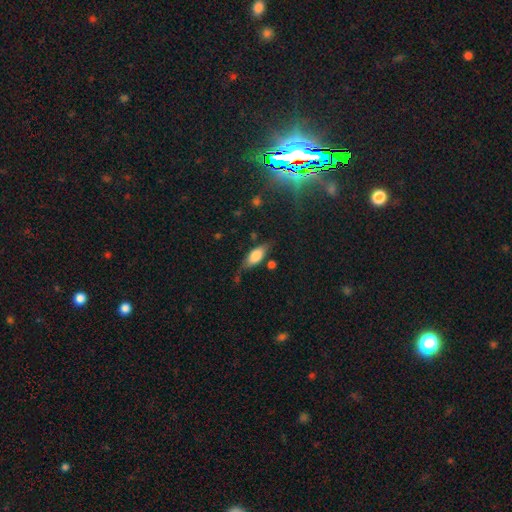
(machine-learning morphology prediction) A smooth galaxy with no disk features (69%) that is in between round and cigar-shaped (76%).

Vote fractions:
- Smooth or featured? smooth: 69% / featured or disk: 23% / star or artifact: 8%
- How rounded? in between: 76% / cigar-shaped: 21% / round: 3%
- Merging? none: 63% / minor disturbance: 25% / major disturbance: 7% / merger: 5%